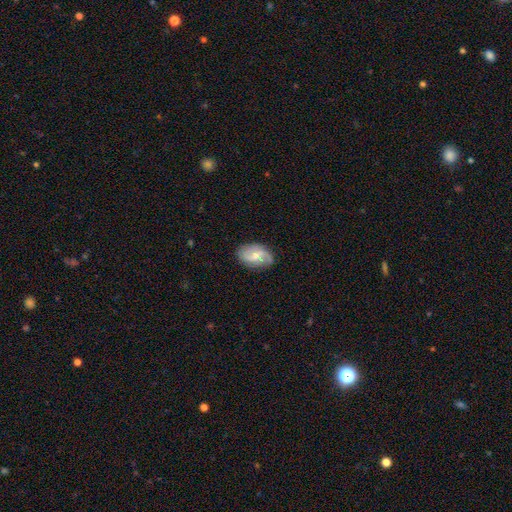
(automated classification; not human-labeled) Smooth or featured? featured or disk (62%)
Edge-on disk? no (96%)
Bar? weak (49%)
Spiral arms? yes (90%)
Spiral winding? loose (45%)
Spiral arm count? 2 (61%)
Bulge size? small (51%)
Merging? none (75%)